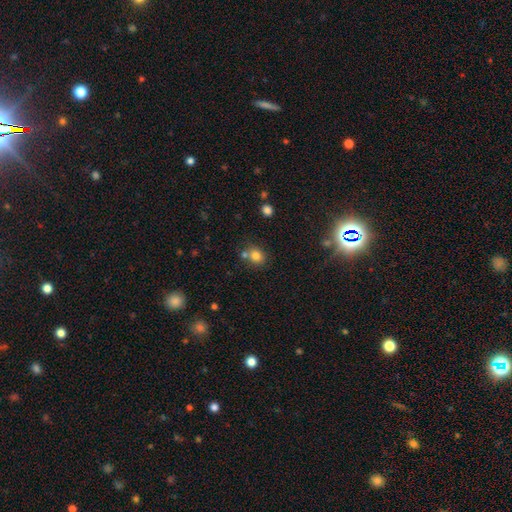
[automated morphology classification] smooth-or-featured: smooth: 79% | star or artifact: 13% | featured or disk: 8%
  how-rounded: round: 73% | in between: 26% | cigar-shaped: 1%
  merging: none: 62% | merger: 23% | minor disturbance: 11% | major disturbance: 4%